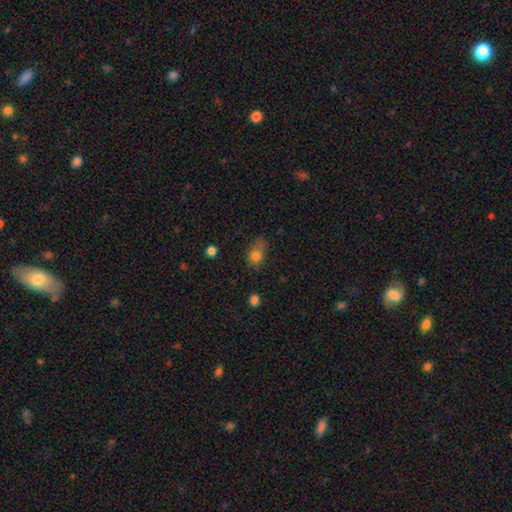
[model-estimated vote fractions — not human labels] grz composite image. It shows a smooth galaxy with no disk features (78%) that is in between round and cigar-shaped (62%). Merging: none (50%).